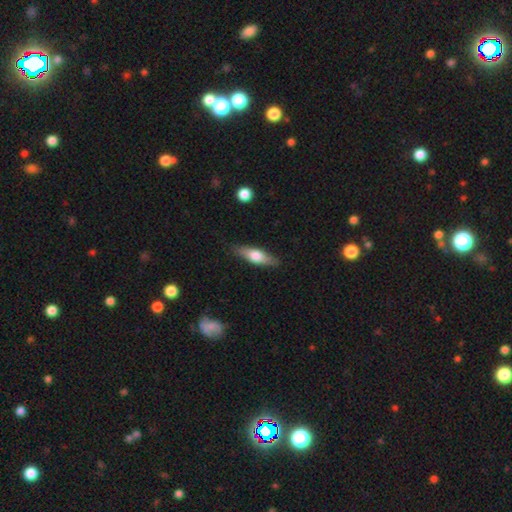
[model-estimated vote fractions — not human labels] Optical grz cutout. It shows a smooth galaxy with no disk features (58%) that is cigar-shaped (49%). Merging: none (85%).